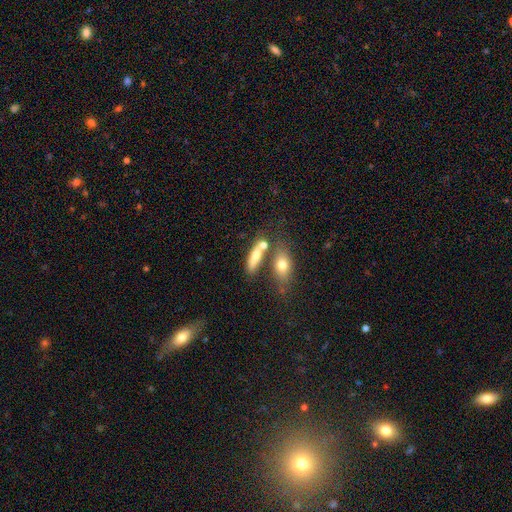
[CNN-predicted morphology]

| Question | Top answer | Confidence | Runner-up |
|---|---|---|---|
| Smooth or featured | smooth | 71% | featured or disk (20%) |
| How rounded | cigar-shaped | 46% | tied: in between (46%) |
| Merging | none | 48% | merger (31%) |